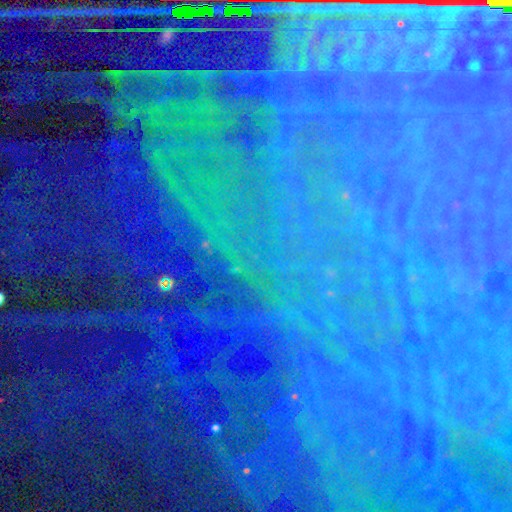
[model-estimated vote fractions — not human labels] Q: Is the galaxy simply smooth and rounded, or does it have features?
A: star or artifact — 81%.